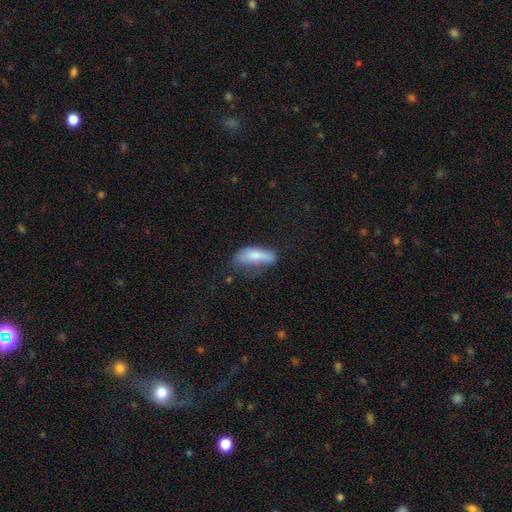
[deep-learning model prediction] A smooth galaxy with no disk features (74%) that is in between round and cigar-shaped (61%). Merging: none (34%, tied with minor disturbance).